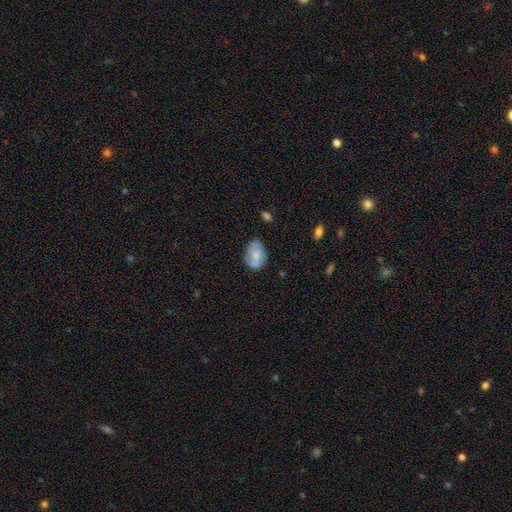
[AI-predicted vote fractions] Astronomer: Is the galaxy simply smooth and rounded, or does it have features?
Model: smooth — 54% (runner-up: featured or disk, 38%).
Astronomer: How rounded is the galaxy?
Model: in between — 74%.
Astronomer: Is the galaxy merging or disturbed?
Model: none — 61%.